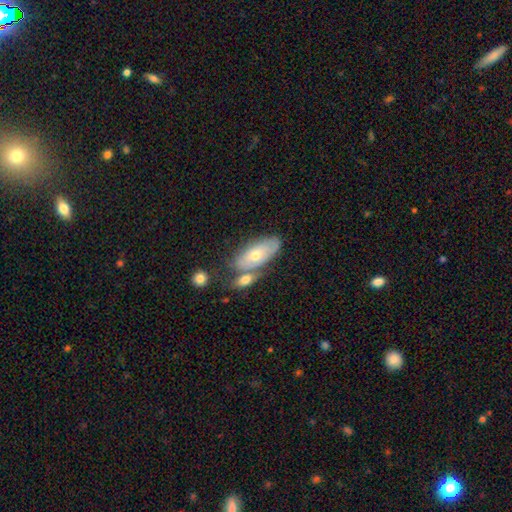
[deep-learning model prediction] Smooth or featured? Predicted: smooth (p=0.53). How rounded? Predicted: in between (p=0.83). Merging? Predicted: none (p=0.50).